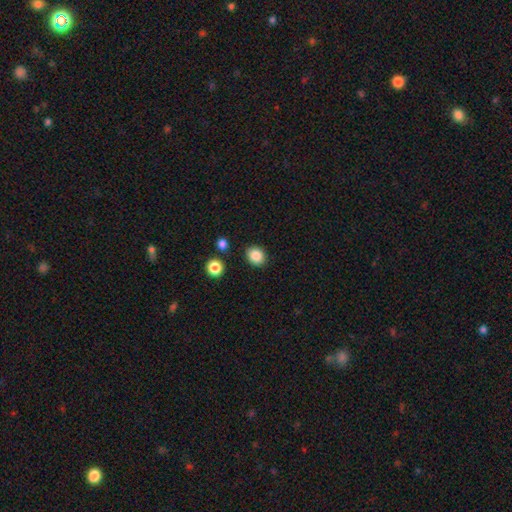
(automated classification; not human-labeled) smooth_or_featured: smooth (p=0.86) [alt: star or artifact p=0.10]
how_rounded: round (p=0.61) [alt: in between p=0.38]
merging: none (p=0.86) [alt: minor disturbance p=0.08]